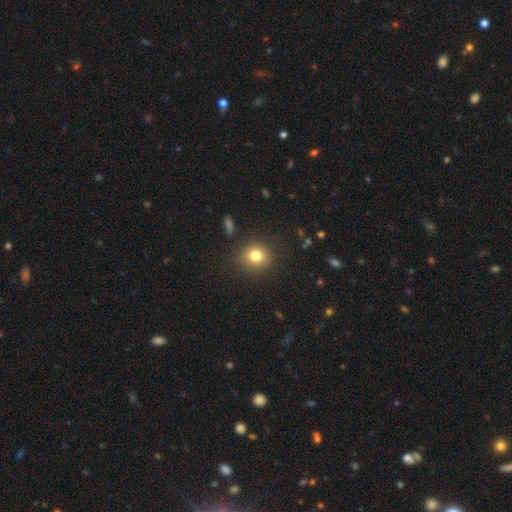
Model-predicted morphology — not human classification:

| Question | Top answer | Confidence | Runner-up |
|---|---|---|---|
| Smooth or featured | smooth | 80% | star or artifact (12%) |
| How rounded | round | 81% | in between (18%) |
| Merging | none | 86% | minor disturbance (9%) |